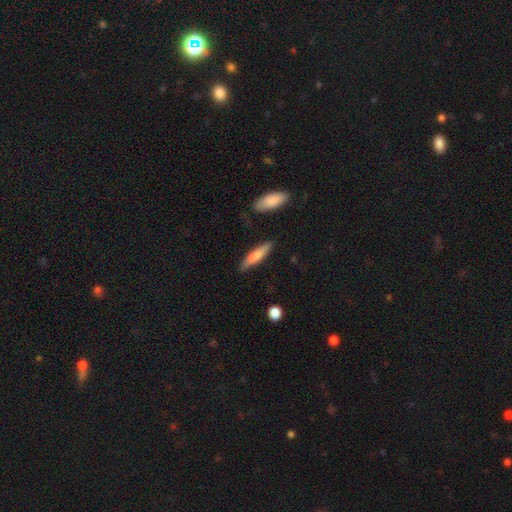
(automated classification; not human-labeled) A smooth galaxy with no disk features (74%) that is cigar-shaped (82%). Merging: none (83%).